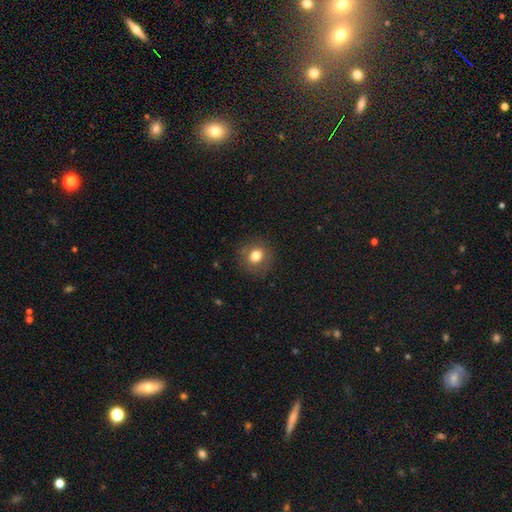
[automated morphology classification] The model was most divided on "how rounded": round: 73%, in between: 26%, cigar-shaped: 1%. More confident: merging — none (85%); smooth or featured — smooth (79%).